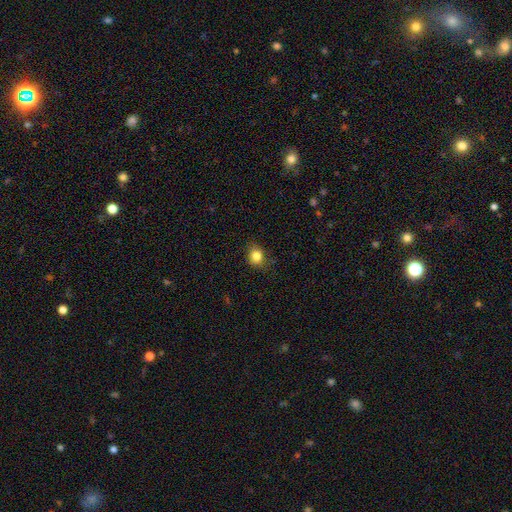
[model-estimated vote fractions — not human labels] A smooth galaxy with no disk features (83%) that is round (63%). Merging: none (76%).